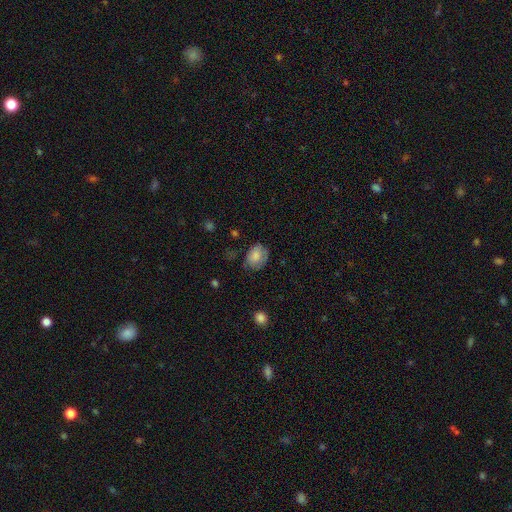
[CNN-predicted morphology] smooth-or-featured: smooth: 75% | featured or disk: 16% | star or artifact: 8%
  how-rounded: in between: 67% | round: 32% | cigar-shaped: 1%
  merging: none: 58% | minor disturbance: 29% | major disturbance: 11% | merger: 2%